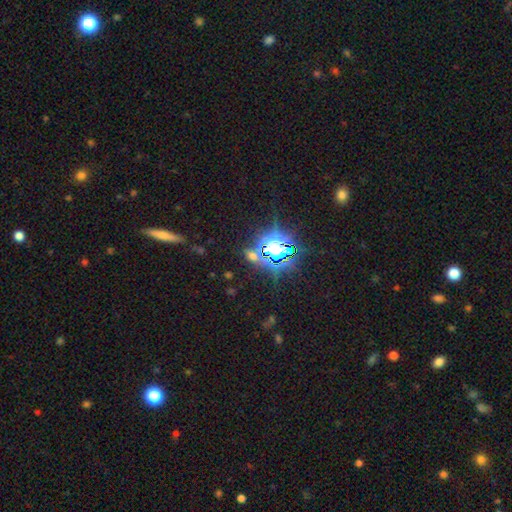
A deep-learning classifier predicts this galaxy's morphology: A star or artifact, not a galaxy (73%).

Vote fractions:
- Smooth or featured? star or artifact: 73% / smooth: 17% / featured or disk: 10%